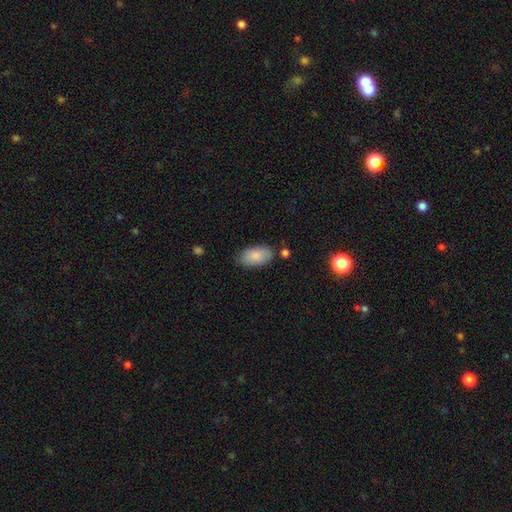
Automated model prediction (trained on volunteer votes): smooth_or_featured: smooth (p=0.83) [alt: featured or disk p=0.11]
how_rounded: in between (p=0.94) [alt: round p=0.04]
merging: none (p=0.76) [alt: minor disturbance p=0.17]